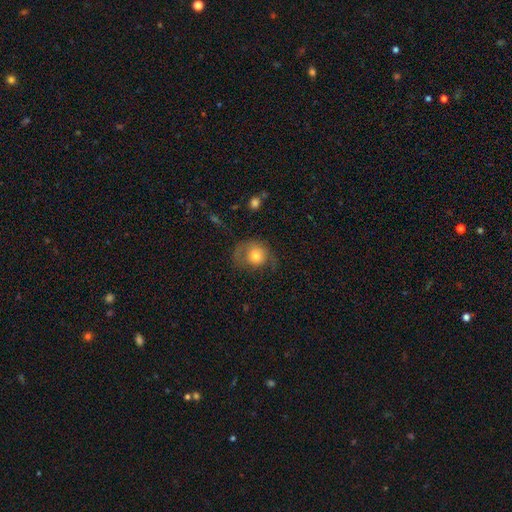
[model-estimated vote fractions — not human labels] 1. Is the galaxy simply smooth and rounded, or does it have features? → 64% smooth, 27% featured or disk, 9% star or artifact.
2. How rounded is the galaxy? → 75% round, 24% in between, 1% cigar-shaped.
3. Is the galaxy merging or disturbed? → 43% none, 29% major disturbance, 26% minor disturbance, 2% merger.